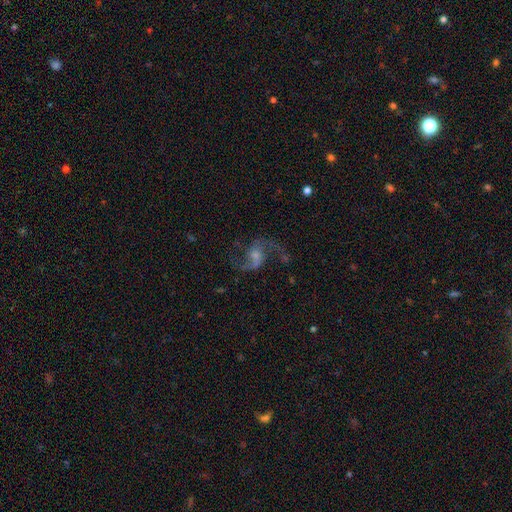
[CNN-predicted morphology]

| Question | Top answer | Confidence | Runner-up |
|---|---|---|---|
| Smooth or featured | featured or disk | 86% | star or artifact (8%) |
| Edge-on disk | no | 97% | yes (3%) |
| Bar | no | 49% | weak (40%) |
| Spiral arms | yes | 96% | no (4%) |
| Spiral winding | loose | 69% | medium (27%) |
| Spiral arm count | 2 | 93% | 1 (2%) |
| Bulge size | moderate | 41% | small (40%) |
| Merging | none | 73% | minor disturbance (13%) |